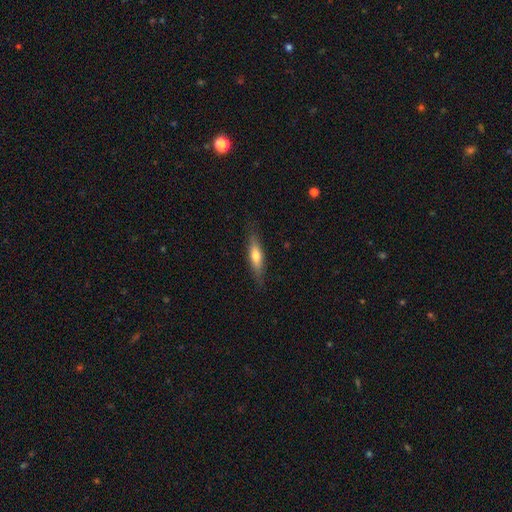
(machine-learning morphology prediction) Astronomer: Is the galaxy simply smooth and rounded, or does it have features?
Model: smooth — 63%.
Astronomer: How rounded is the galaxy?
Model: cigar-shaped — 68%.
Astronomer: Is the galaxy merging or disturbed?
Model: none — 84%.